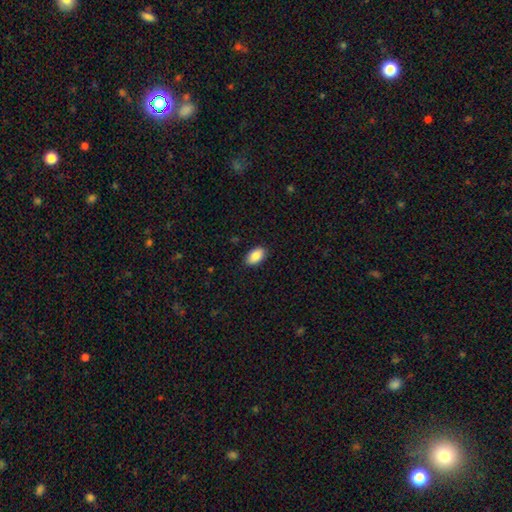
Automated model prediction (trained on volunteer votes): Overall: smooth (86%). How rounded: in between (94%). Merging: none (89%).